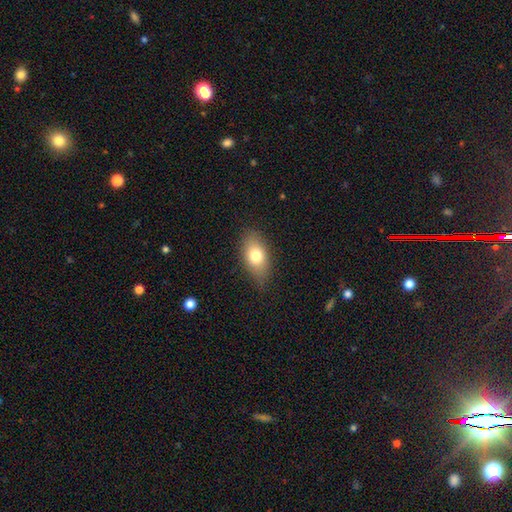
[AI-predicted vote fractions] Smooth or featured? Predicted: smooth (p=0.76). How rounded? Predicted: in between (p=0.87). Merging? Predicted: none (p=0.80).